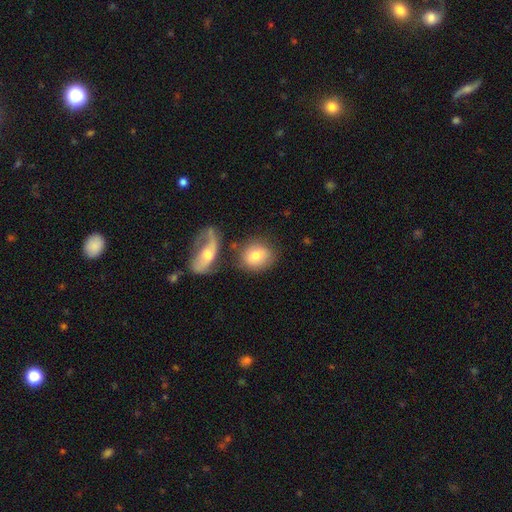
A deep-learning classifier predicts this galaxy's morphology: Smooth or featured?
  - smooth: 73% *
  - featured or disk: 20%
  - star or artifact: 8%
How rounded?
  - round: 62% *
  - in between: 36%
  - cigar-shaped: 2%
Merging?
  - none: 59% *
  - merger: 19%
  - minor disturbance: 14%
  - major disturbance: 7%